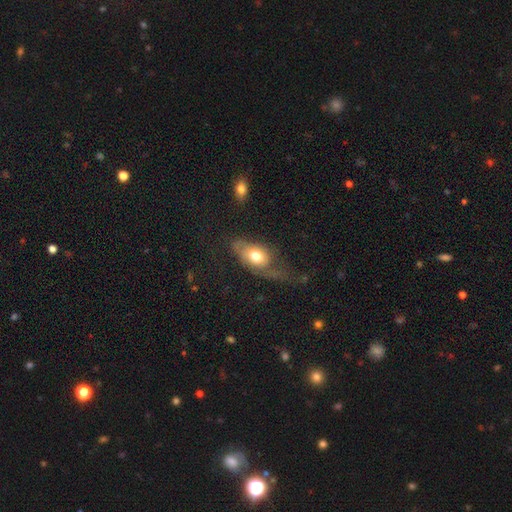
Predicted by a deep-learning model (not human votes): Smooth or featured? Predicted: smooth (p=0.64). How rounded? Predicted: in between (p=0.83). Merging? Predicted: major disturbance (p=0.42).